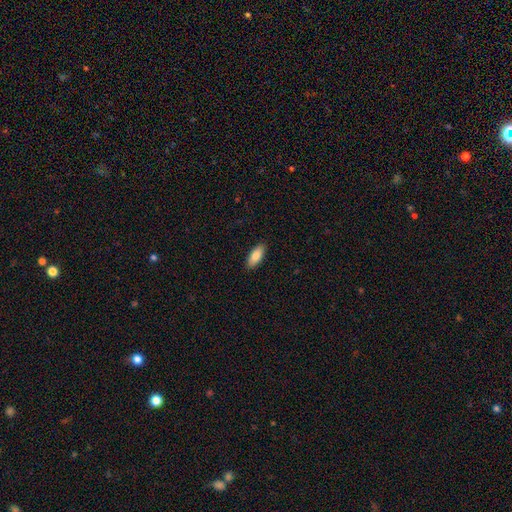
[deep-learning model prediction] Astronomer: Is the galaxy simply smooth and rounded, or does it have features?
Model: smooth — 81%.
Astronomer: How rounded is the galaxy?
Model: in between — 79%.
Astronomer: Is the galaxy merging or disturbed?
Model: none — 89%.